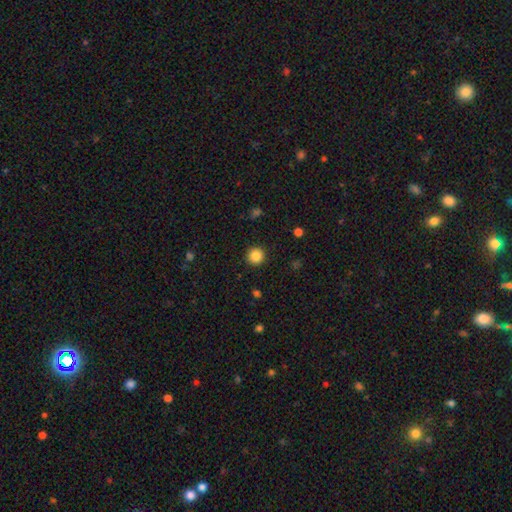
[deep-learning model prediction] This is clearly a smooth galaxy (86%). How rounded: clearly round (95%). Merging: clearly none (92%).